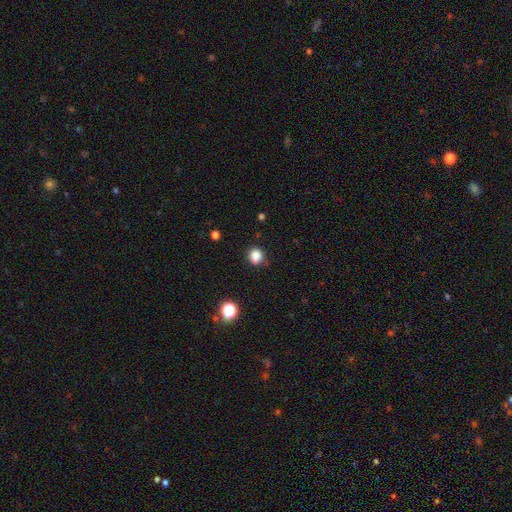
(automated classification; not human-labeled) A smooth galaxy with no disk features (84%) that is round (79%).

Vote fractions:
- Smooth or featured? smooth: 84% / star or artifact: 12% / featured or disk: 4%
- How rounded? round: 79% / in between: 20% / cigar-shaped: 1%
- Merging? none: 81% / minor disturbance: 13% / major disturbance: 4% / merger: 2%